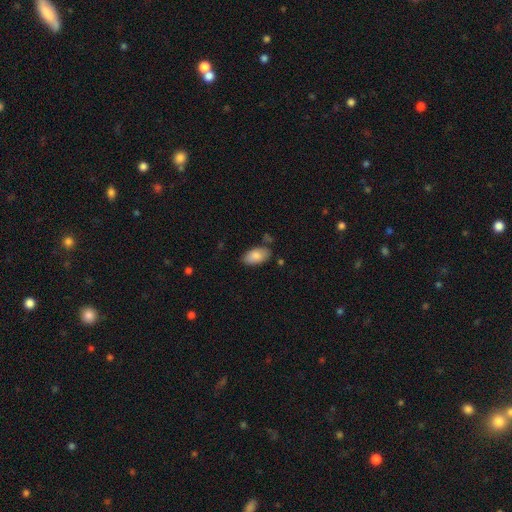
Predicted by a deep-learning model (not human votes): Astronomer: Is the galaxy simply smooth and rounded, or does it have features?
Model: smooth — 86%.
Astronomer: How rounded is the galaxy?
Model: in between — 94%.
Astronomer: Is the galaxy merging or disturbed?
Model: none — 78%.